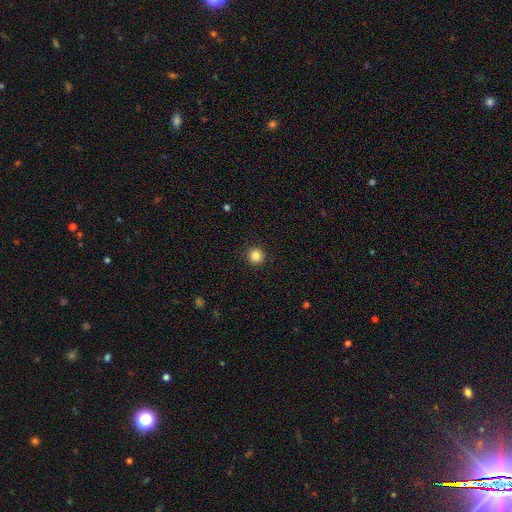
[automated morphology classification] This is clearly a smooth galaxy (85%). How rounded: clearly round (95%). Merging: clearly none (93%).